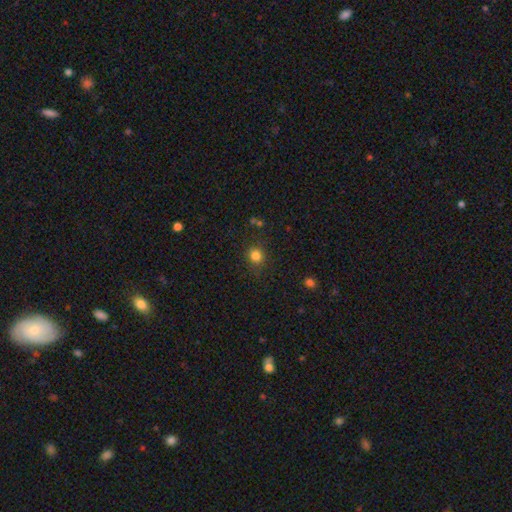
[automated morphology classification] The model was most divided on "smooth or featured": smooth: 81%, star or artifact: 14%, featured or disk: 5%. More confident: how rounded — round (84%); merging — none (83%).